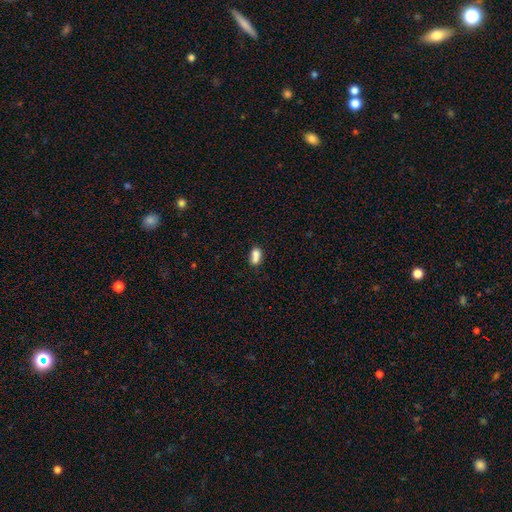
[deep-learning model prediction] A smooth galaxy with no disk features (78%) that is in between round and cigar-shaped (78%). Merging: none (39%).